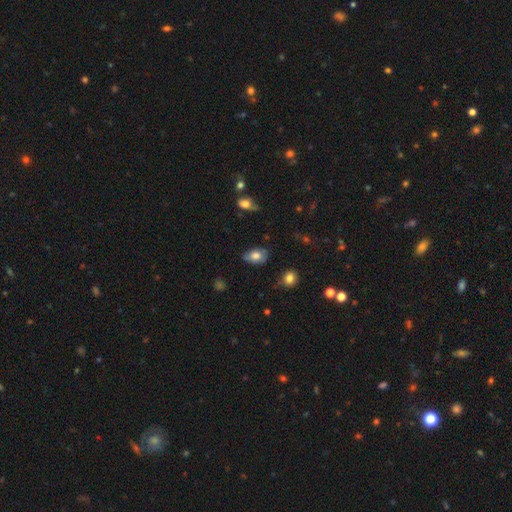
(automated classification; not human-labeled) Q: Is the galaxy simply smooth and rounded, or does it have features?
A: smooth — 74%.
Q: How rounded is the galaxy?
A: in between — 84%.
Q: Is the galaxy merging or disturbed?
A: none — 62%.